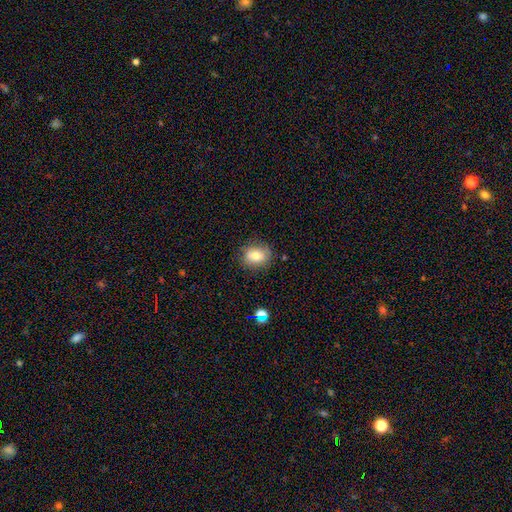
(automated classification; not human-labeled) A smooth galaxy with no disk features (75%) that is in between round and cigar-shaped (52%).

Vote fractions:
- Smooth or featured? smooth: 75% / featured or disk: 15% / star or artifact: 10%
- How rounded? in between: 52% / round: 46% / cigar-shaped: 1%
- Merging? none: 80% / minor disturbance: 15% / major disturbance: 4% / merger: 2%